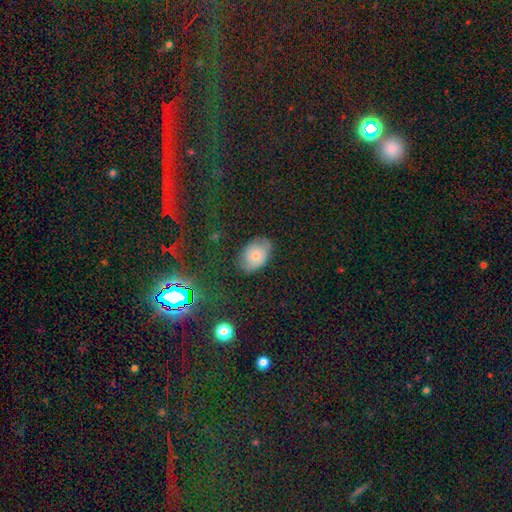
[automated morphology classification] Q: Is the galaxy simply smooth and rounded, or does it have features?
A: smooth — 65%.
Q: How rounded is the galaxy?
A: in between — 82%.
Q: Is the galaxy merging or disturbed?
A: none — 74%.